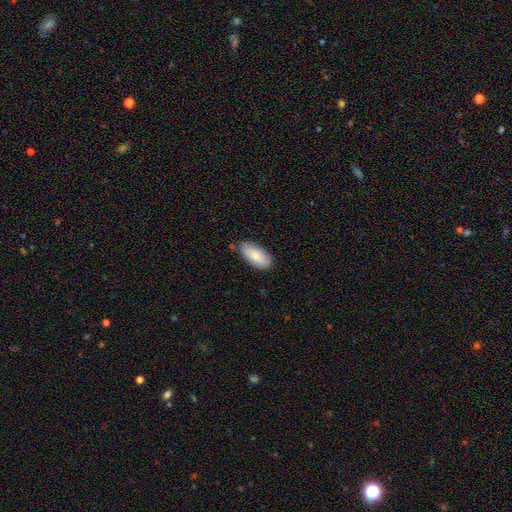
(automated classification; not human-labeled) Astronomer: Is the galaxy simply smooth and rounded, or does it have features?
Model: smooth — 81%.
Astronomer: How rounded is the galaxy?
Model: in between — 90%.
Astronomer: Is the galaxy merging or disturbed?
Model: none — 81%.